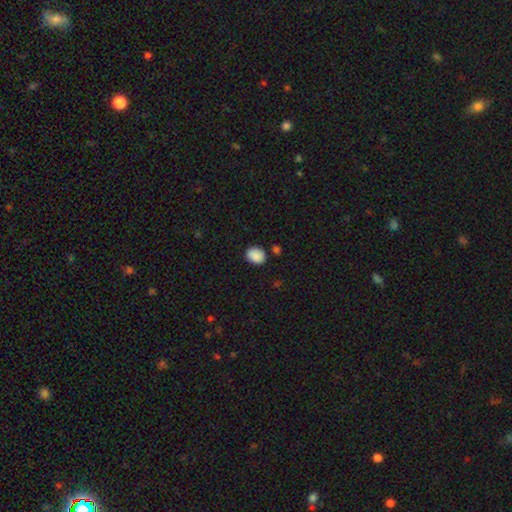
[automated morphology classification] smooth 89%, star or artifact 8%, featured or disk 4%. Down the decision tree: how rounded — in between (55%); merging — none (81%).